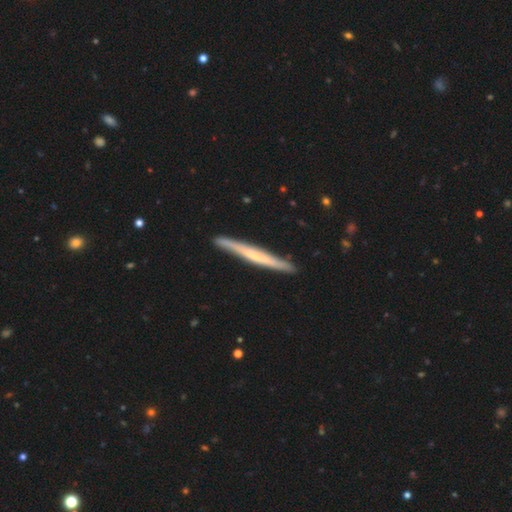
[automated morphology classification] smooth_or_featured: featured or disk (p=0.54) [alt: smooth p=0.40]
disk_edge_on: yes (p=0.95) [alt: no p=0.05]
edge_on_bulge: none (p=0.68) [alt: rounded p=0.21]
merging: none (p=0.89) [alt: minor disturbance p=0.08]